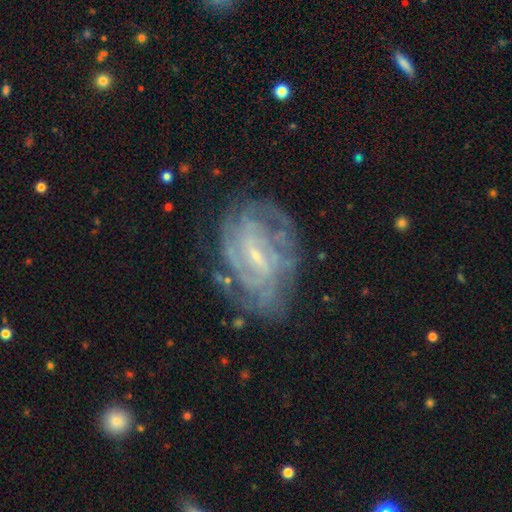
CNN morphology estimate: smooth-or-featured: featured or disk: 85% | star or artifact: 7% | smooth: 7%
  disk-edge-on: no: 97% | yes: 3%
    bar: weak: 52% | strong: 27% | no: 21%
    has-spiral-arms: yes: 94% | no: 6%
      spiral-winding: tight: 66% | medium: 27% | loose: 7%
      spiral-arm-count: can't tell: 37% | 4: 17% | 2: 16% | 3: 15% | more than 4: 9% | 1: 7%
    bulge-size: small: 74% | moderate: 17% | none: 6% | large: 1% | dominant: 1%
  merging: none: 74% | minor disturbance: 16% | major disturbance: 7% | merger: 2%